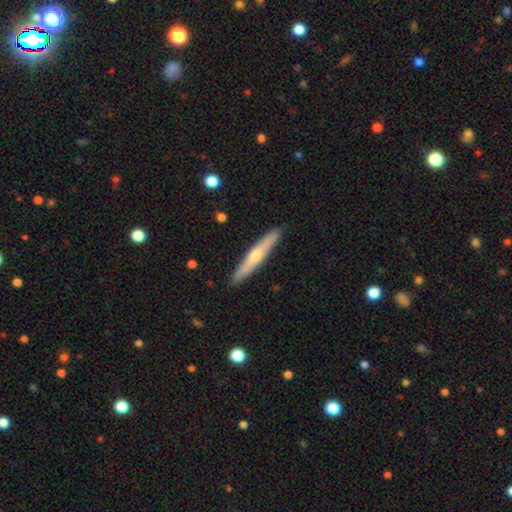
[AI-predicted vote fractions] A featured or disk galaxy (57%) viewed edge-on (95%) with a rounded central bulge (84%). Merging: none (91%).